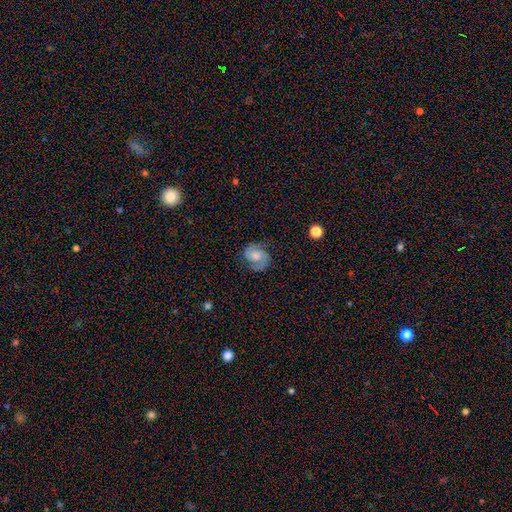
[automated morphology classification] smooth_or_featured: featured or disk (p=0.82) [alt: smooth p=0.12]
disk_edge_on: no (p=0.98) [alt: yes p=0.02]
bar: no (p=0.61) [alt: weak p=0.33]
has_spiral_arms: yes (p=0.97) [alt: no p=0.03]
spiral_winding: medium (p=0.53) [alt: tight p=0.33]
spiral_arm_count: 2 (p=0.92) [alt: can't tell p=0.03]
bulge_size: moderate (p=0.45) [alt: small p=0.30]
merging: none (p=0.78) [alt: minor disturbance p=0.15]